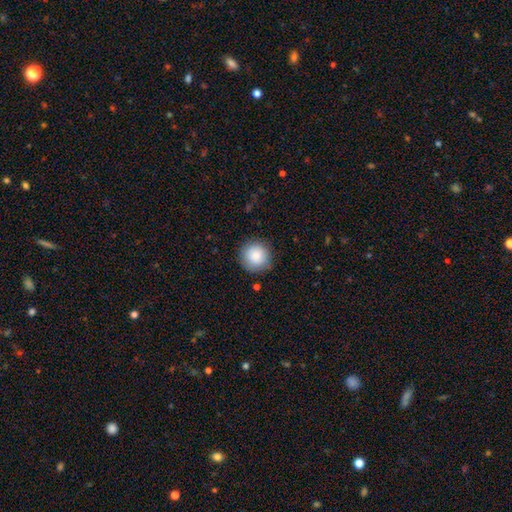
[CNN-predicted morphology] The model was most divided on "smooth or featured": smooth: 86%, star or artifact: 8%, featured or disk: 6%. More confident: how rounded — round (95%); merging — none (88%).